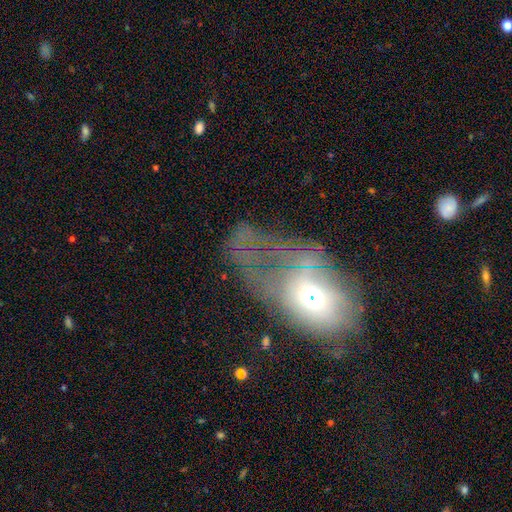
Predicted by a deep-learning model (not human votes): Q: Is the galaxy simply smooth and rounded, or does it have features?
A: featured or disk — 45%.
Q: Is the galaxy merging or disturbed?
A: major disturbance — 57%.